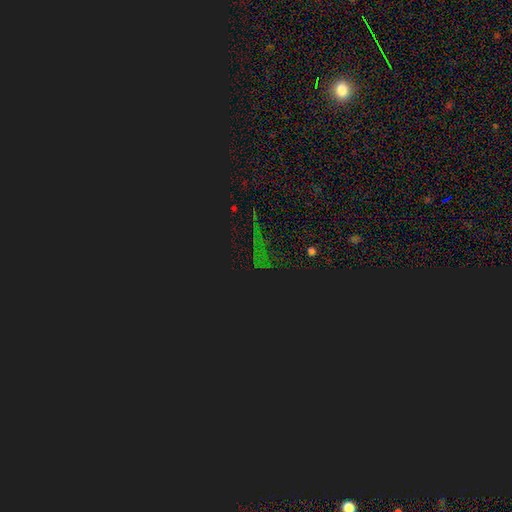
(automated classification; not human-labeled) smooth-or-featured: star or artifact: 82% | smooth: 11% | featured or disk: 7%